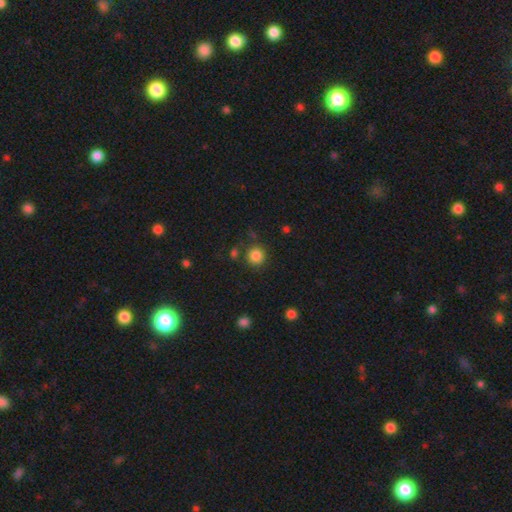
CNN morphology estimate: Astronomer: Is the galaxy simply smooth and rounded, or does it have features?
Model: smooth — 85%.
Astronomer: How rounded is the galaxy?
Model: round — 92%.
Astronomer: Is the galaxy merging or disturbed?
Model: none — 84%.